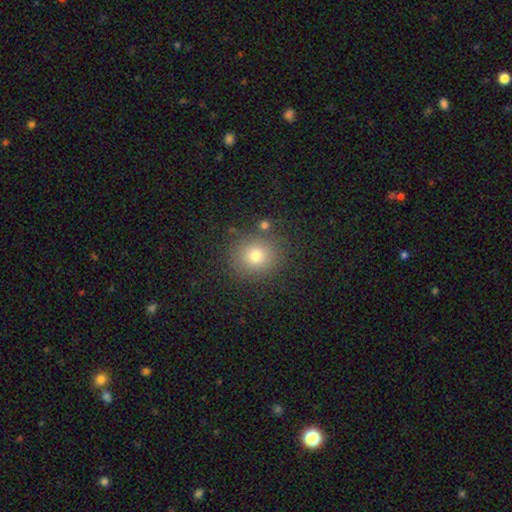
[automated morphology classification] Q: Smooth or featured?
A: smooth (77%); runner-up: star or artifact (14%)
Q: How rounded?
A: round (84%); runner-up: in between (15%)
Q: Merging?
A: none (83%); runner-up: minor disturbance (9%)